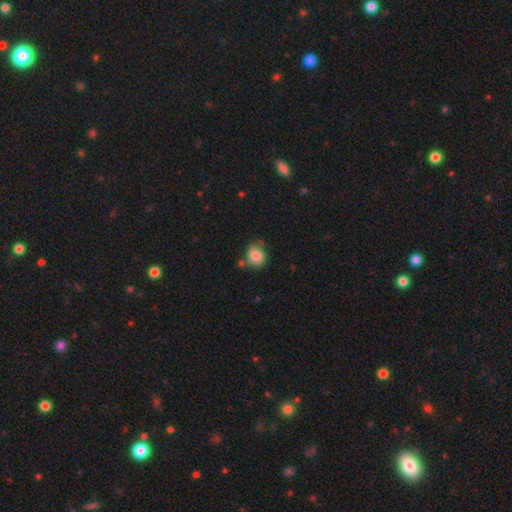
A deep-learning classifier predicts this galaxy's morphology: A smooth galaxy with no disk features (83%) that is round (59%).

Vote fractions:
- Smooth or featured? smooth: 83% / featured or disk: 9% / star or artifact: 9%
- How rounded? round: 59% / in between: 40% / cigar-shaped: 1%
- Merging? none: 62% / minor disturbance: 22% / merger: 11% / major disturbance: 5%